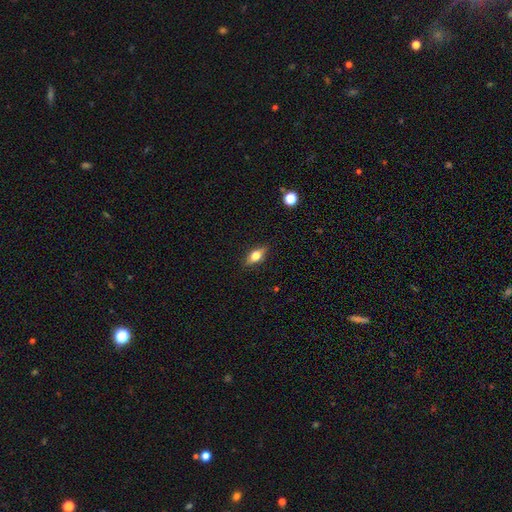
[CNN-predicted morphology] Smooth or featured? smooth (61%)
How rounded? in between (74%)
Merging? none (85%)